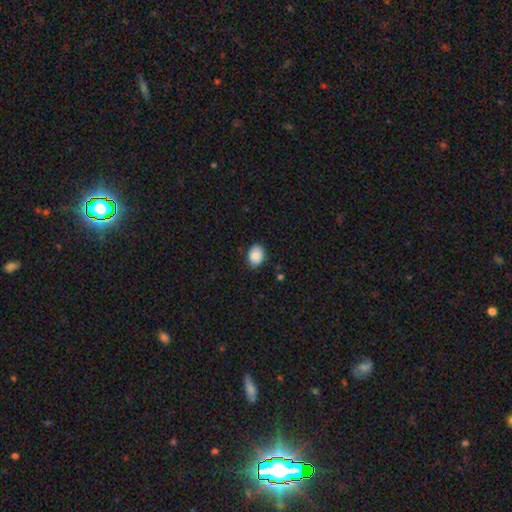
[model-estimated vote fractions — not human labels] This is clearly a smooth galaxy (88%). How rounded: likely in between (61%). Merging: clearly none (83%).